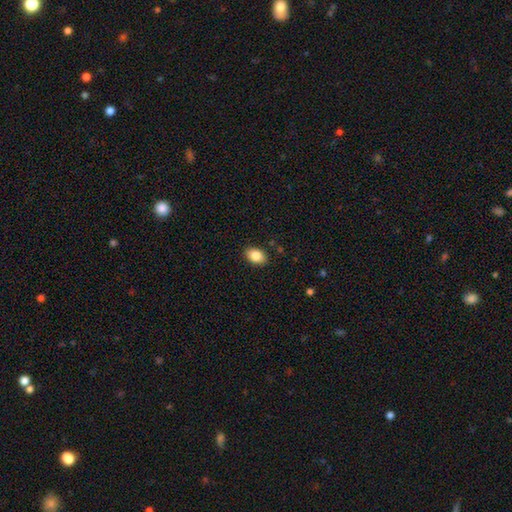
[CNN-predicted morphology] type=smooth (84%); roundness=in between (85%); merging=none (89%).